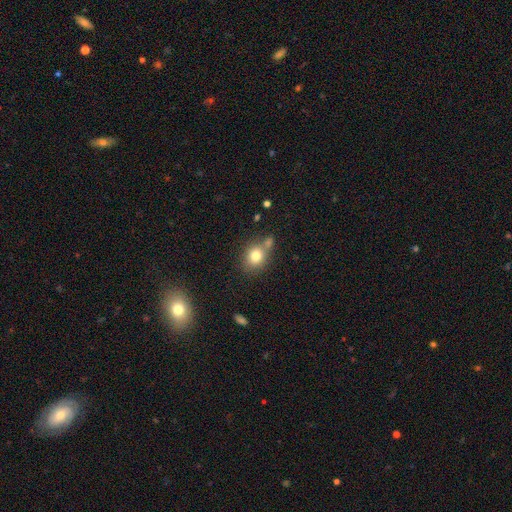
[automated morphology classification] smooth-or-featured: smooth: 78% | featured or disk: 11% | star or artifact: 11%
  how-rounded: round: 60% | in between: 39% | cigar-shaped: 1%
  merging: none: 60% | merger: 21% | minor disturbance: 15% | major disturbance: 5%